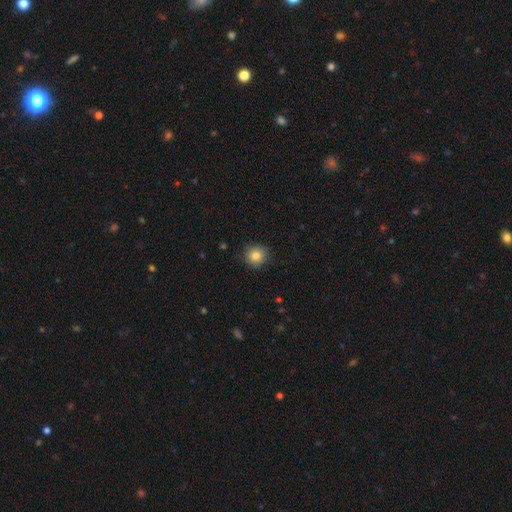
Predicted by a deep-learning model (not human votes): Morphology: type=smooth (83%); roundness=round (90%); merging=none (86%).